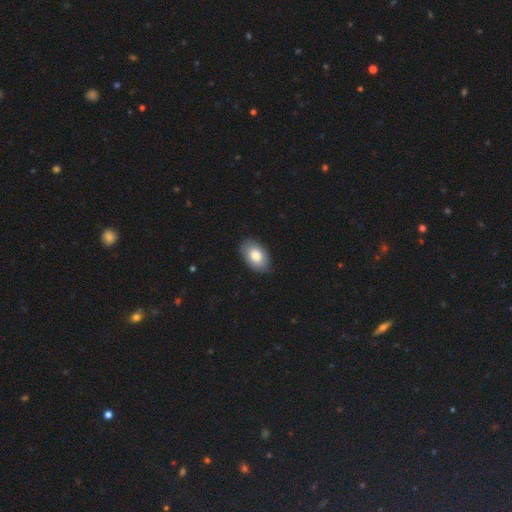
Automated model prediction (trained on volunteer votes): A smooth galaxy with no disk features (81%) that is in between round and cigar-shaped (91%).

Vote fractions:
- Smooth or featured? smooth: 81% / featured or disk: 12% / star or artifact: 7%
- How rounded? in between: 91% / round: 8% / cigar-shaped: 1%
- Merging? none: 85% / minor disturbance: 11% / major disturbance: 2% / merger: 1%